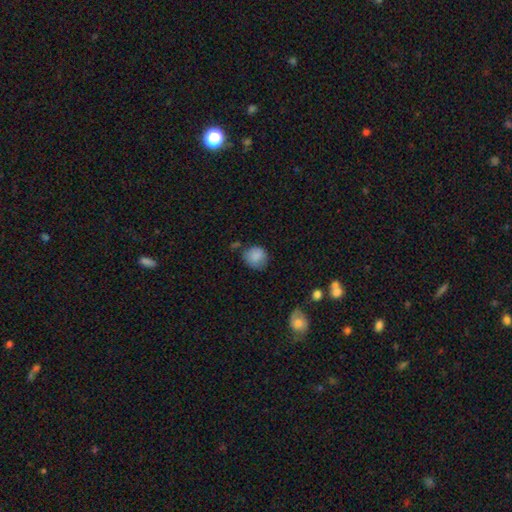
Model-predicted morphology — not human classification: Smooth or featured? smooth (86%)
How rounded? round (83%)
Merging? none (66%)